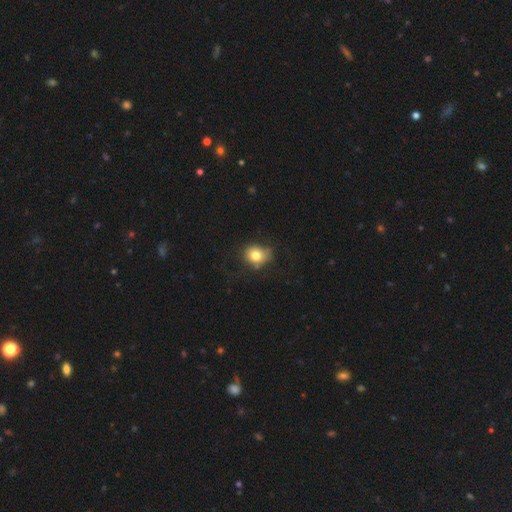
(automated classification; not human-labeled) Q: Smooth or featured?
A: smooth (77%); runner-up: featured or disk (12%)
Q: How rounded?
A: round (62%); runner-up: in between (37%)
Q: Merging?
A: none (63%); runner-up: minor disturbance (26%)